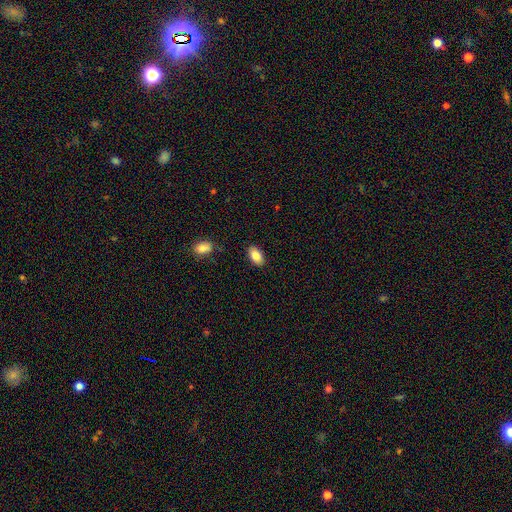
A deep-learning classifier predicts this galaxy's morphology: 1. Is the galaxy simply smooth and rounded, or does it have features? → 85% smooth, 8% featured or disk, 7% star or artifact.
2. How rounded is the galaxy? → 93% in between, 5% round, 2% cigar-shaped.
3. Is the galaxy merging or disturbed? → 87% none, 9% minor disturbance, 2% major disturbance, 2% merger.